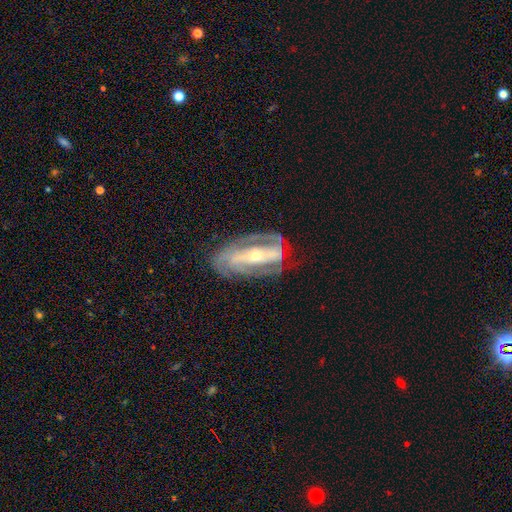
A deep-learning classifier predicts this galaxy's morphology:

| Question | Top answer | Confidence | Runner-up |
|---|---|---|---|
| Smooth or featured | featured or disk | 87% | smooth (8%) |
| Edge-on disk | no | 91% | yes (9%) |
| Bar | strong | 55% | weak (24%) |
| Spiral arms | yes | 92% | no (8%) |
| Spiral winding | tight | 45% | medium (40%) |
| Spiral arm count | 2 | 67% | can't tell (14%) |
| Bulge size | small | 51% | moderate (45%) |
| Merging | none | 71% | minor disturbance (18%) |